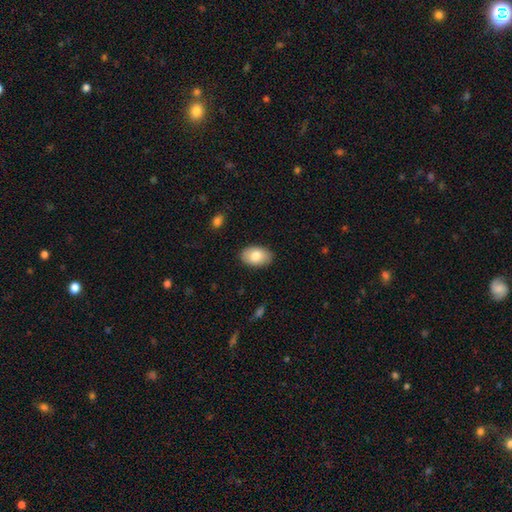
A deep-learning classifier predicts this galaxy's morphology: smooth_or_featured: smooth (p=0.81) [alt: featured or disk p=0.13]
how_rounded: in between (p=0.90) [alt: round p=0.09]
merging: none (p=0.86) [alt: minor disturbance p=0.11]